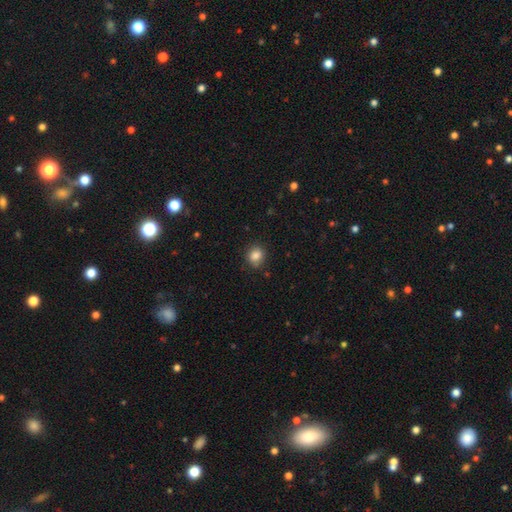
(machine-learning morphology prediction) The model was most divided on "how rounded": round: 71%, in between: 28%, cigar-shaped: 1%. More confident: smooth or featured — smooth (85%); merging — none (80%).